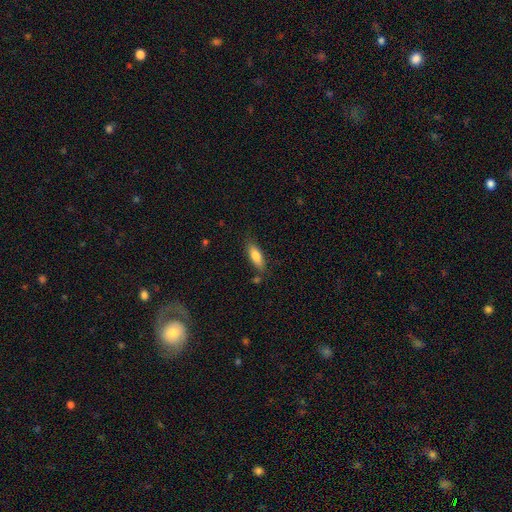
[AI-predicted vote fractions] Smooth or featured? smooth (81%)
How rounded? in between (59%)
Merging? none (78%)